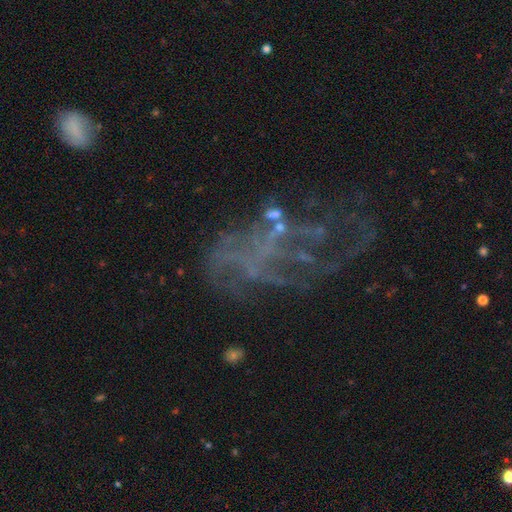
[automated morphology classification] Smooth or featured? featured or disk (66%)
Edge-on disk? no (97%)
Bar? no (82%)
Spiral arms? no (62%)
Bulge size? none (80%)
Merging? major disturbance (45%)